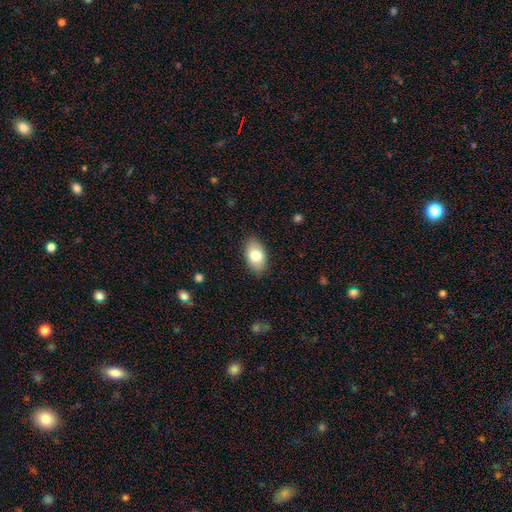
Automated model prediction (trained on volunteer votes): smooth-or-featured: smooth: 78% | featured or disk: 15% | star or artifact: 7%
  how-rounded: in between: 92% | round: 7% | cigar-shaped: 1%
  merging: none: 87% | minor disturbance: 10% | major disturbance: 2% | merger: 1%